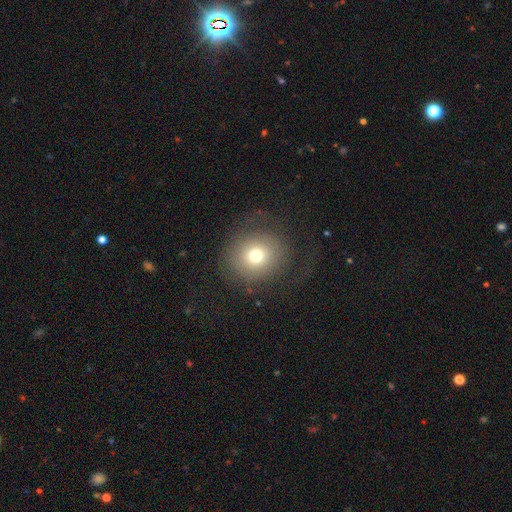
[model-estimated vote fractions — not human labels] Smooth or featured? smooth (68%)
How rounded? round (84%)
Merging? none (66%)